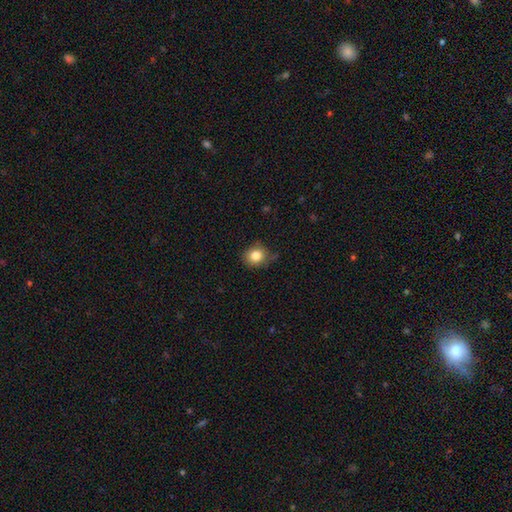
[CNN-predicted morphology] Overall: smooth (82%). How rounded: round (80%). Merging: none (73%).